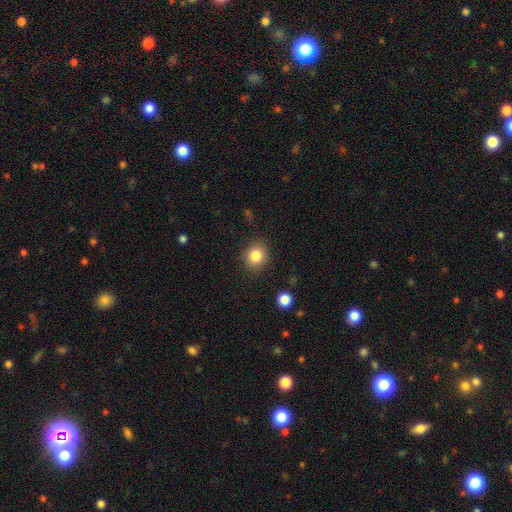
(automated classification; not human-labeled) Smooth or featured?
  - smooth: 84% *
  - star or artifact: 10%
  - featured or disk: 6%
How rounded?
  - round: 83% *
  - in between: 17%
  - cigar-shaped: 1%
Merging?
  - none: 88% *
  - minor disturbance: 8%
  - major disturbance: 3%
  - merger: 1%